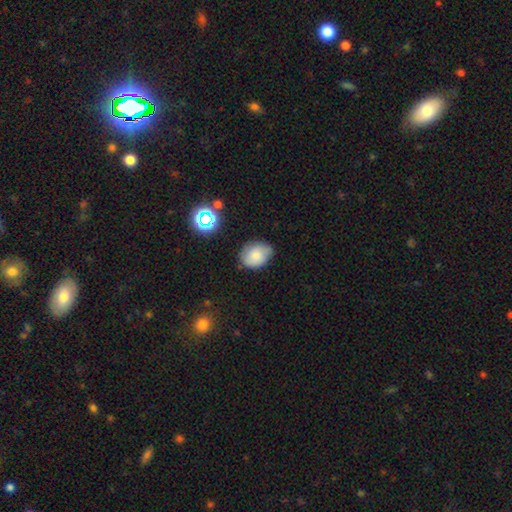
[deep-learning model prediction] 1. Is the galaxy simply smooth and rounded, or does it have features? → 74% smooth, 16% featured or disk, 11% star or artifact.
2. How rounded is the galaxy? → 61% in between, 38% round, 1% cigar-shaped.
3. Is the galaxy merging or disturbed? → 65% none, 27% minor disturbance, 5% major disturbance, 3% merger.